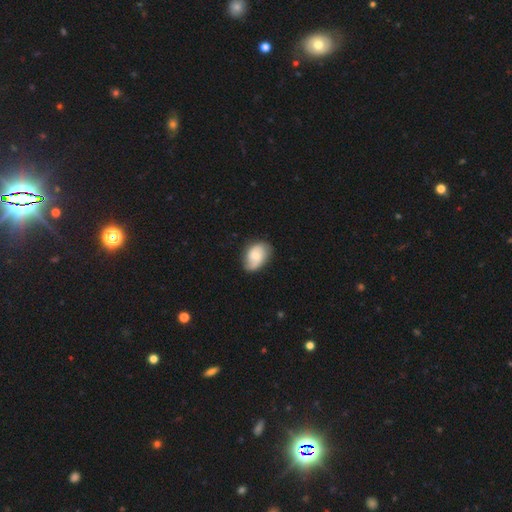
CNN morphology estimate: smooth_or_featured: featured or disk (p=0.53) [alt: smooth p=0.40]
disk_edge_on: no (p=0.96) [alt: yes p=0.04]
bar: no (p=0.56) [alt: weak p=0.38]
has_spiral_arms: yes (p=0.87) [alt: no p=0.13]
bulge_size: moderate (p=0.45) [alt: small p=0.44]
merging: none (p=0.73) [alt: minor disturbance p=0.21]